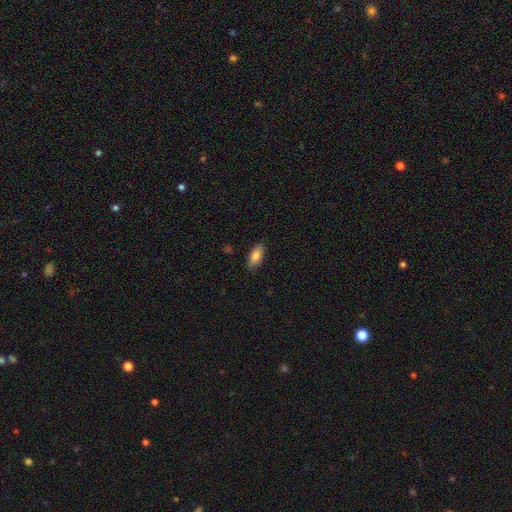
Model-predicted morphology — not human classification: The model was most divided on "smooth or featured": smooth: 83%, featured or disk: 10%, star or artifact: 7%. More confident: how rounded — in between (87%); merging — none (87%).